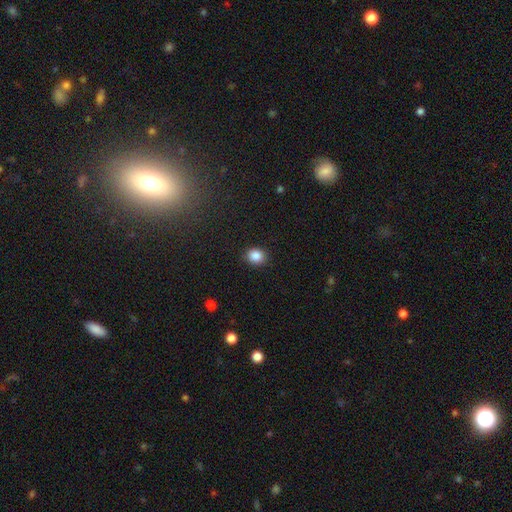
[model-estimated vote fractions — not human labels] Smooth or featured?
  - smooth: 86% *
  - star or artifact: 10%
  - featured or disk: 4%
How rounded?
  - round: 68% *
  - in between: 31%
  - cigar-shaped: 1%
Merging?
  - none: 89% *
  - minor disturbance: 8%
  - major disturbance: 2%
  - merger: 1%